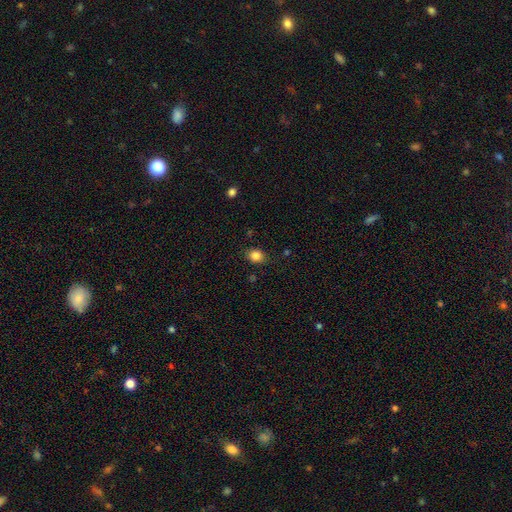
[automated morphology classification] type=smooth (84%); roundness=round (56%); merging=none (84%).